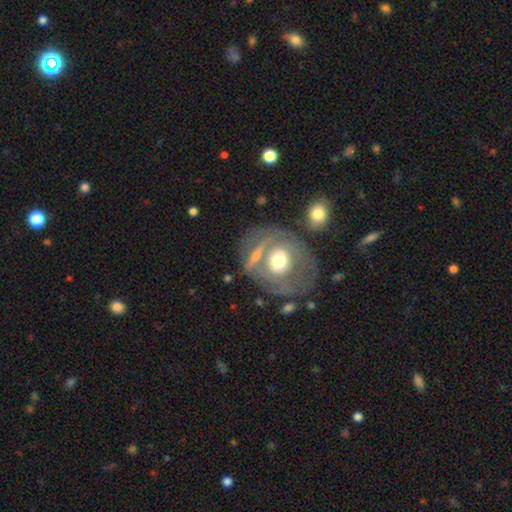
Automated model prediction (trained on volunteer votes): Smooth or featured: featured or disk — 55% (smooth — 37%)
Edge-on disk: no — 90% (yes — 10%)
Merging: none — 51% (merger — 18%)